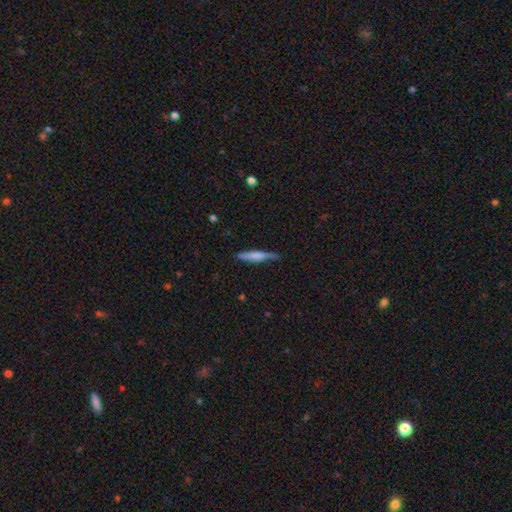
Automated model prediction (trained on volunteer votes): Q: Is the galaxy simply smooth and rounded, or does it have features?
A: smooth — 61%.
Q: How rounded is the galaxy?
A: cigar-shaped — 92%.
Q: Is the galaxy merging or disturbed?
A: none — 74%.